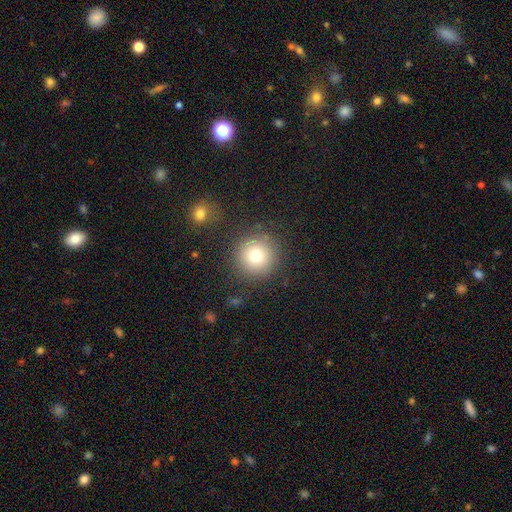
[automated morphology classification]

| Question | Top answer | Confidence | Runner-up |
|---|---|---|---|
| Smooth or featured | smooth | 75% | star or artifact (13%) |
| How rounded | round | 95% | in between (4%) |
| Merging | none | 86% | minor disturbance (8%) |